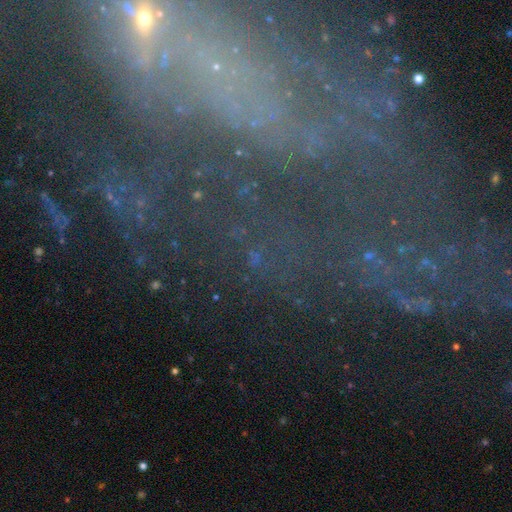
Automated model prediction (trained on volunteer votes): Smooth or featured?
  - featured or disk: 48% *
  - star or artifact: 37%
  - smooth: 15%
Merging?
  - none: 61% *
  - major disturbance: 17%
  - minor disturbance: 15%
  - merger: 6%